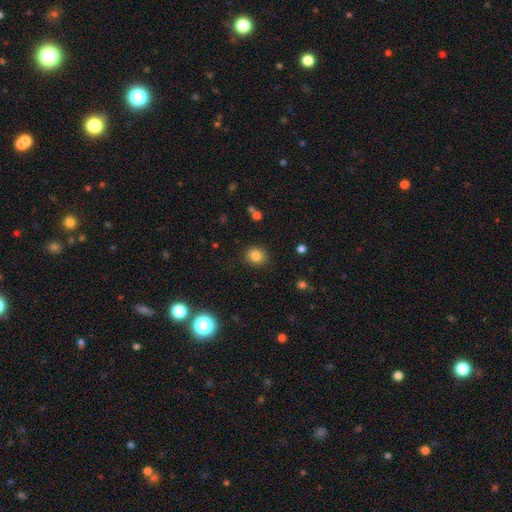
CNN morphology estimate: Overall: smooth (84%). How rounded: round (79%). Merging: none (88%).